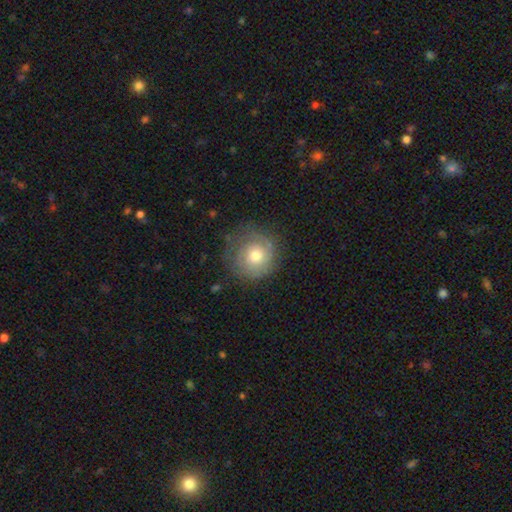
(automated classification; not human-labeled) Smooth or featured?
  - smooth: 51% *
  - featured or disk: 40%
  - star or artifact: 9%
How rounded?
  - round: 90% *
  - in between: 9%
  - cigar-shaped: 1%
Merging?
  - none: 68% *
  - minor disturbance: 20%
  - major disturbance: 10%
  - merger: 1%